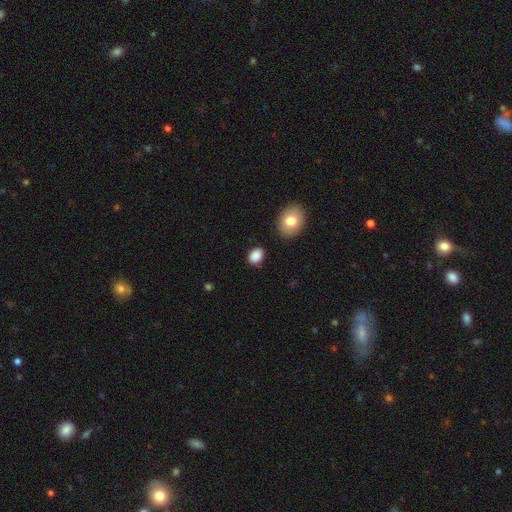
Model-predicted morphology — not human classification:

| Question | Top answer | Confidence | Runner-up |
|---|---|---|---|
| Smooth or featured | smooth | 88% | star or artifact (8%) |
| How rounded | in between | 66% | round (33%) |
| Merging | none | 81% | minor disturbance (13%) |